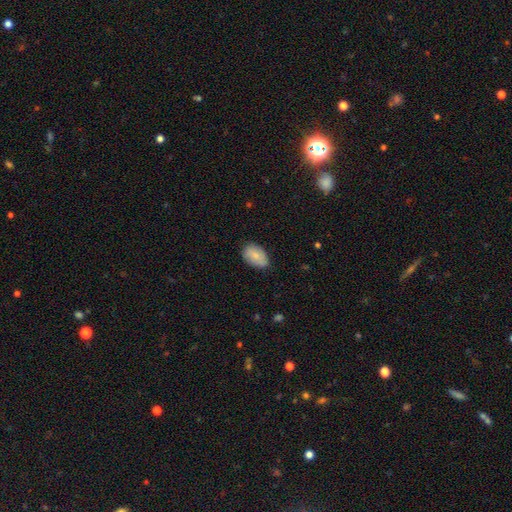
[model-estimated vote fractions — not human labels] This appears to be a smooth galaxy with no disk features (80%) that is in between round and cigar-shaped (88%). Merging: none (74%).